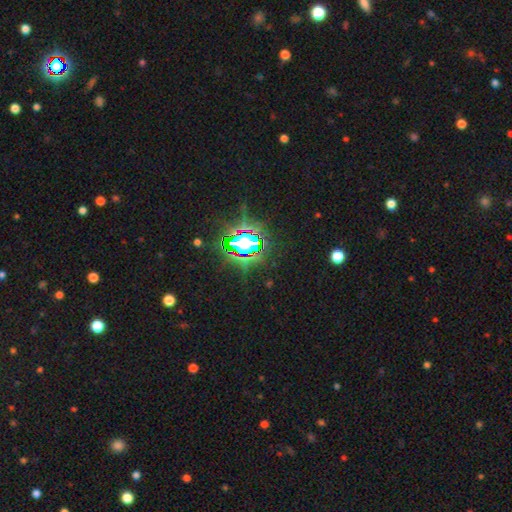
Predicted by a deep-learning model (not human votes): smooth-or-featured: star or artifact: 82% | smooth: 11% | featured or disk: 7%